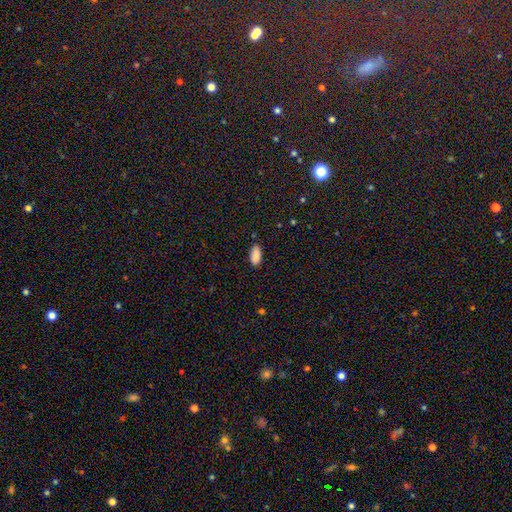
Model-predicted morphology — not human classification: Overall: smooth (89%). How rounded: in between (90%). Merging: none (87%).